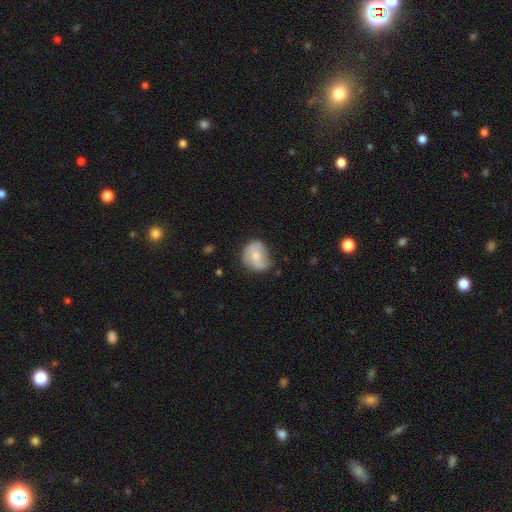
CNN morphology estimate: Smooth or featured? Predicted: smooth (p=0.63). How rounded? Predicted: round (p=0.58). Merging? Predicted: none (p=0.49).